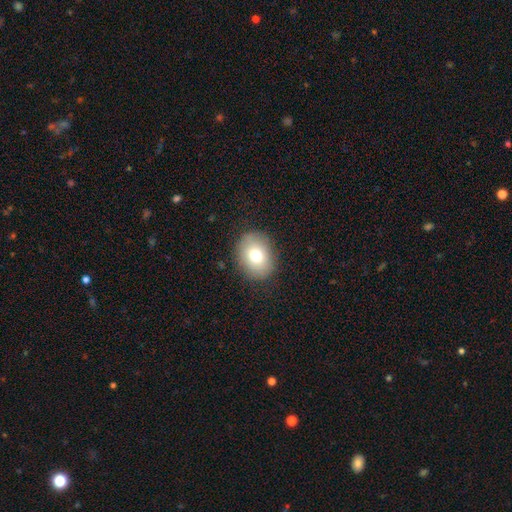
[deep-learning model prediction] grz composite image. It shows a smooth galaxy with no disk features (75%) that is in between round and cigar-shaped (53%). Merging: none (86%).